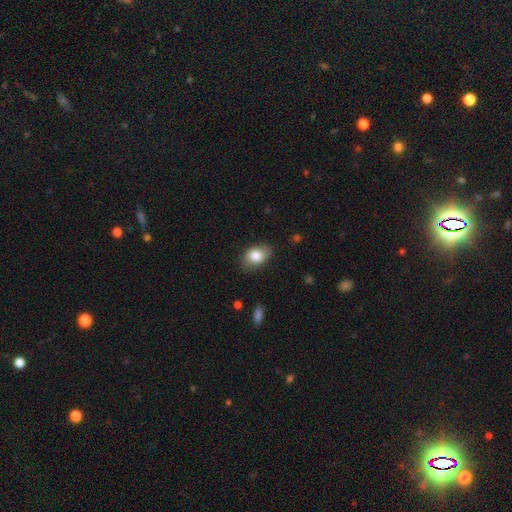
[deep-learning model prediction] smooth_or_featured: smooth (p=0.82) [alt: featured or disk p=0.10]
how_rounded: in between (p=0.79) [alt: round p=0.20]
merging: none (p=0.78) [alt: minor disturbance p=0.17]